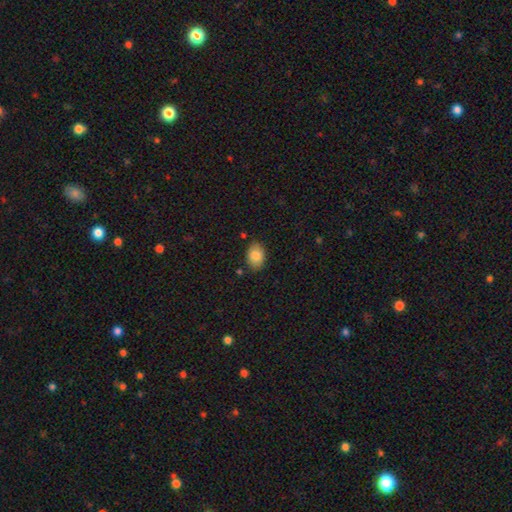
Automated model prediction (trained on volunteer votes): Smooth or featured? Predicted: smooth (p=0.84). How rounded? Predicted: in between (p=0.81). Merging? Predicted: none (p=0.83).